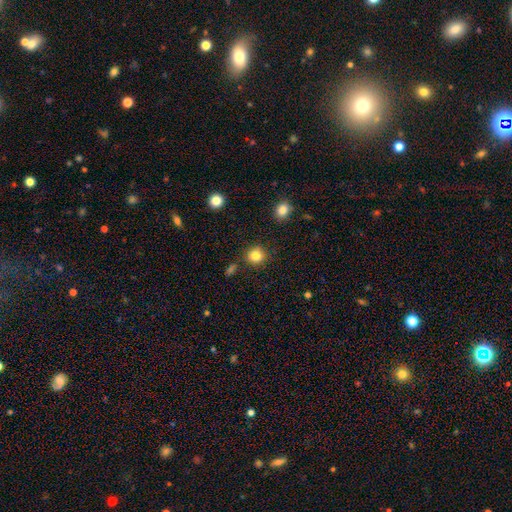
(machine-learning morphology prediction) Smooth or featured? smooth (83%)
How rounded? round (87%)
Merging? none (87%)